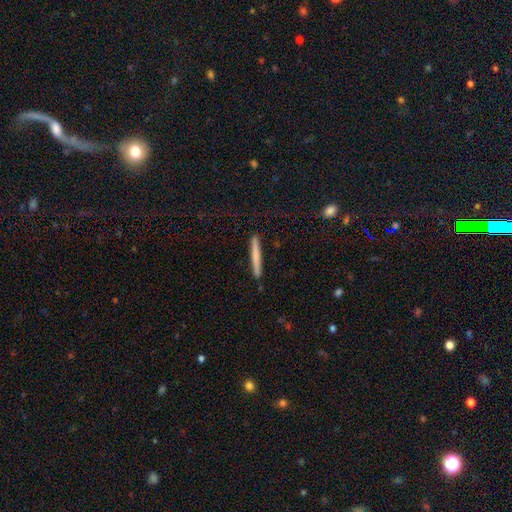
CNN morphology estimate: A smooth galaxy with no disk features (67%) that is cigar-shaped (97%).

Vote fractions:
- Smooth or featured? smooth: 67% / featured or disk: 27% / star or artifact: 6%
- How rounded? cigar-shaped: 97% / in between: 2% / round: 1%
- Merging? none: 90% / minor disturbance: 7% / major disturbance: 1% / merger: 1%